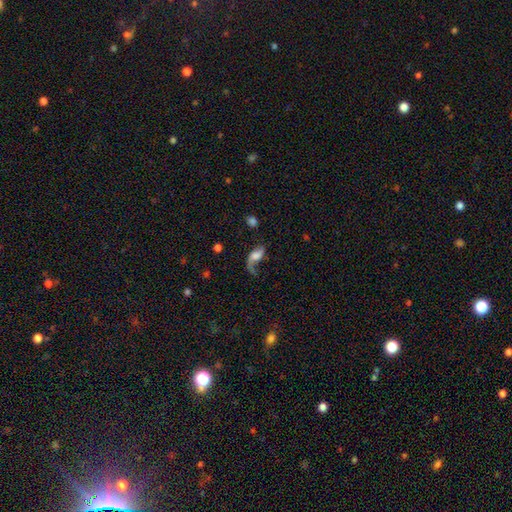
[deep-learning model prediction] Morphology: type=featured or disk (53%); edge-on=no (93%); merging=major disturbance (39%).